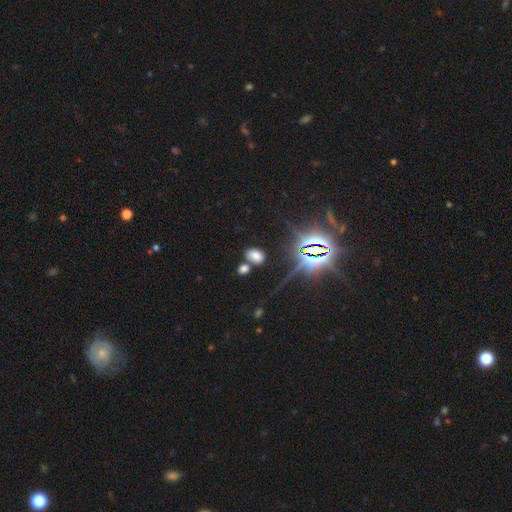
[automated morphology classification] smooth_or_featured: smooth (p=0.58) [alt: star or artifact p=0.30]
how_rounded: in between (p=0.73) [alt: round p=0.25]
merging: none (p=0.69) [alt: merger p=0.16]